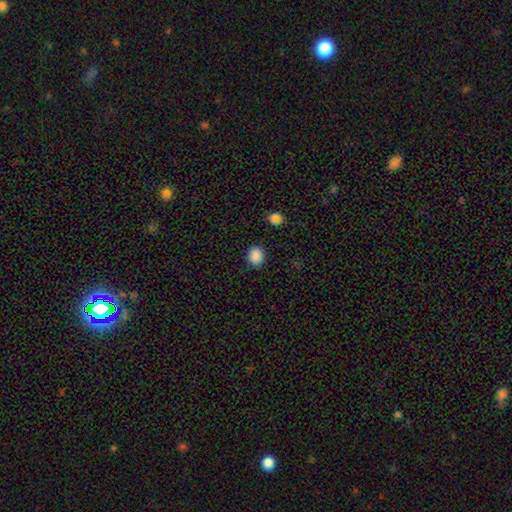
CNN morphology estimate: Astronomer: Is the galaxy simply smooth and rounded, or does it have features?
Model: smooth — 88%.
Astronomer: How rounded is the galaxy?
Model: round — 53% (runner-up: in between, 46%).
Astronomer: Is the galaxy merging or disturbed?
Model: none — 88%.